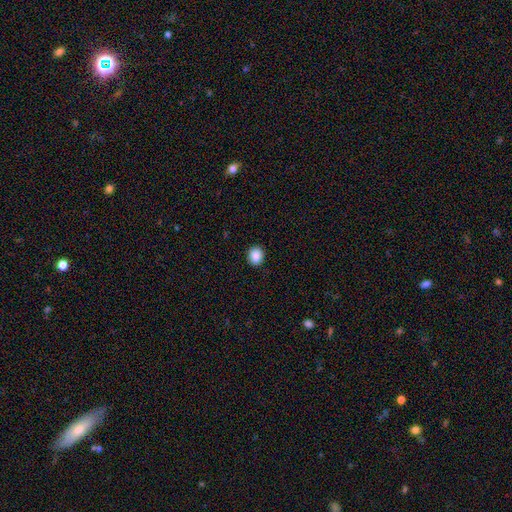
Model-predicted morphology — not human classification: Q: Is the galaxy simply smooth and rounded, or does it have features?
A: smooth — 89%.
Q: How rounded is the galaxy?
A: round — 68%.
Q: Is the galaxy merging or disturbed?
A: none — 91%.